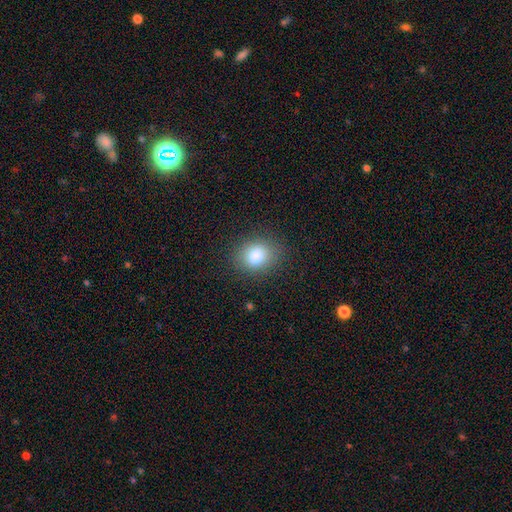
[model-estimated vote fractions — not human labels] This appears to be a smooth galaxy with no disk features (84%) that is in between round and cigar-shaped (51%). Merging: none (84%).